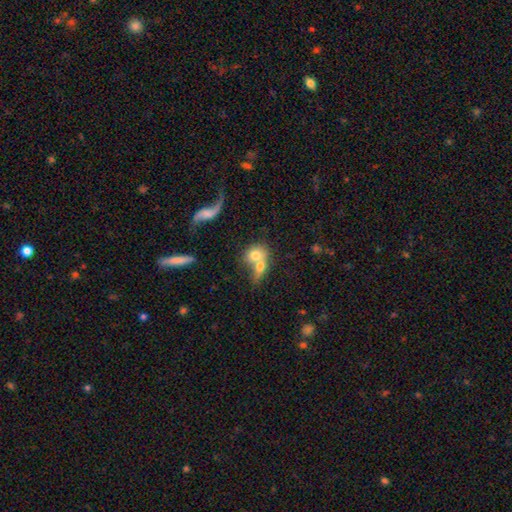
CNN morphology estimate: A smooth galaxy with no disk features (68%) that is round (52%). Merging: merger (66%).